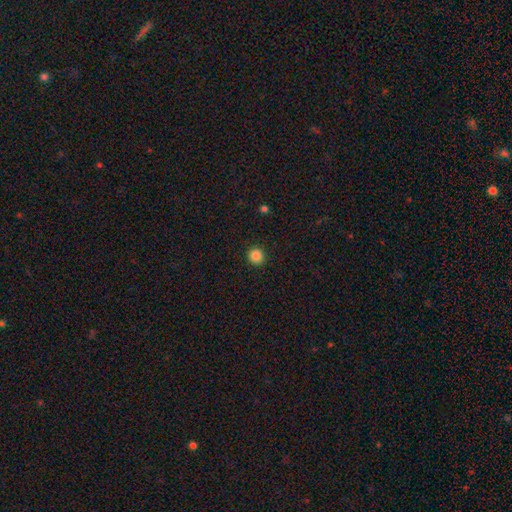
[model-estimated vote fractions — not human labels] Smooth or featured: smooth — 86% (star or artifact — 11%)
How rounded: round — 93% (in between — 6%)
Merging: none — 93% (minor disturbance — 5%)